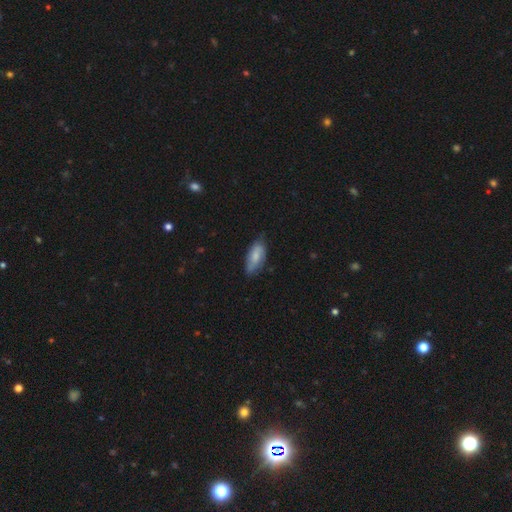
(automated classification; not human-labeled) This is likely a smooth galaxy (69%). How rounded: clearly in between (86%). Merging: likely none (65%).